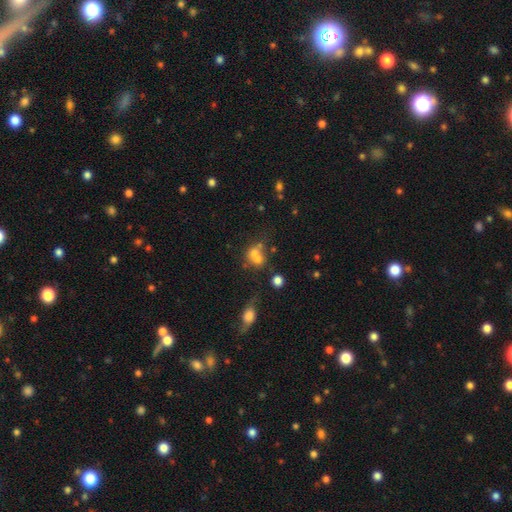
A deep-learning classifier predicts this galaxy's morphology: smooth 63%, featured or disk 22%, star or artifact 16%. Down the decision tree: how rounded — round (65%); merging — merger (55%).